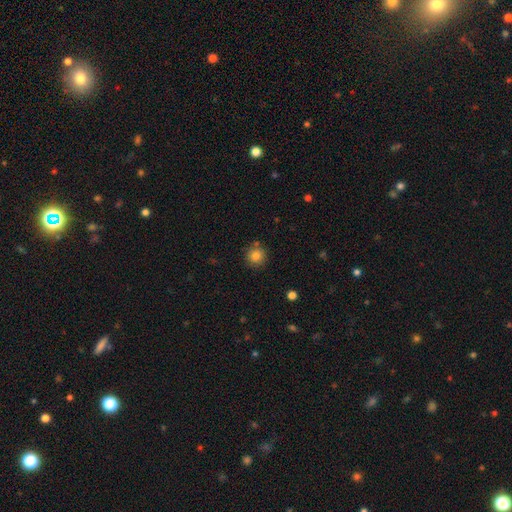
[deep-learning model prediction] Smooth or featured: smooth — 83% (star or artifact — 11%)
How rounded: round — 94% (in between — 5%)
Merging: none — 84% (minor disturbance — 9%)